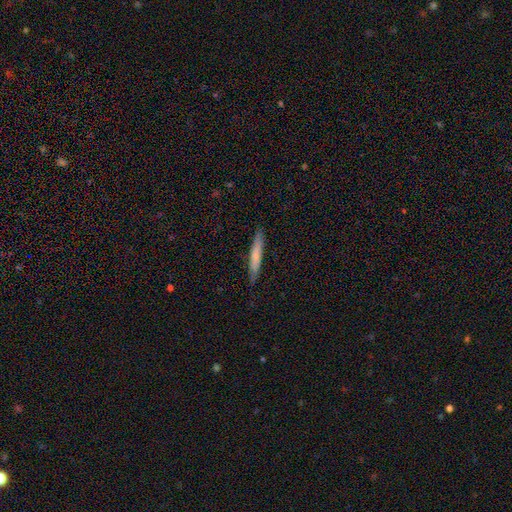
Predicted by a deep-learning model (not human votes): smooth 69%, featured or disk 25%, star or artifact 5%. Down the decision tree: how rounded — cigar-shaped (94%); merging — none (87%).